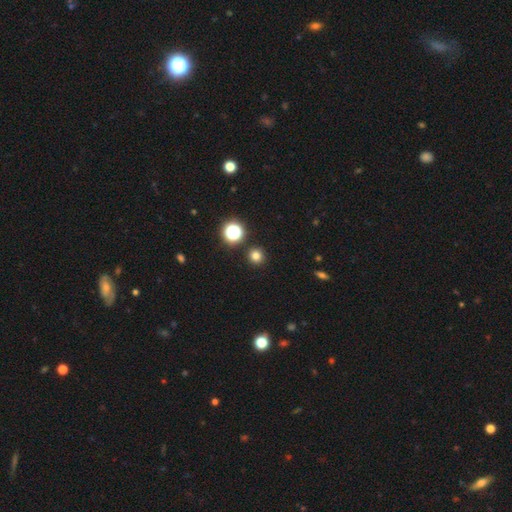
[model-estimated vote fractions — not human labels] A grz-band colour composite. It shows a smooth galaxy with no disk features (78%) that is round (95%). Merging: none (91%).